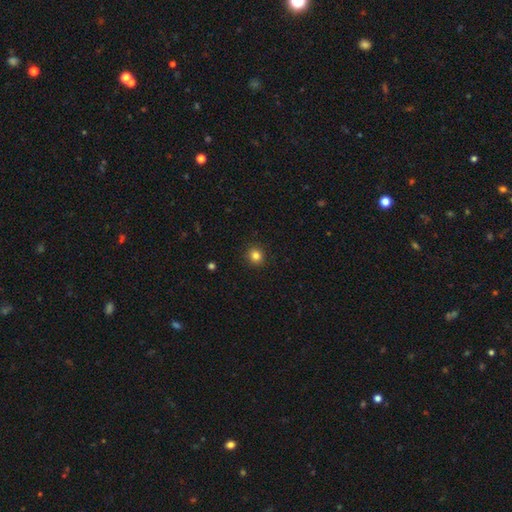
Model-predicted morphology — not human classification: smooth-or-featured: smooth: 83% | star or artifact: 12% | featured or disk: 5%
  how-rounded: round: 87% | in between: 12% | cigar-shaped: 1%
  merging: none: 92% | minor disturbance: 5% | major disturbance: 2% | merger: 1%